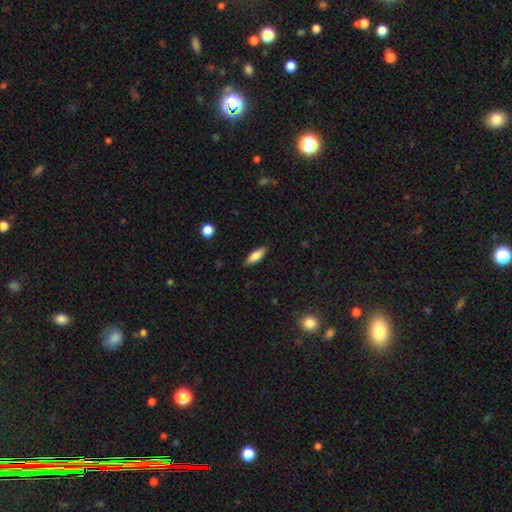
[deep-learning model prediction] A smooth galaxy with no disk features (79%) that is in between round and cigar-shaped (61%).

Vote fractions:
- Smooth or featured? smooth: 79% / featured or disk: 14% / star or artifact: 6%
- How rounded? in between: 61% / cigar-shaped: 37% / round: 2%
- Merging? none: 86% / minor disturbance: 10% / major disturbance: 2% / merger: 1%